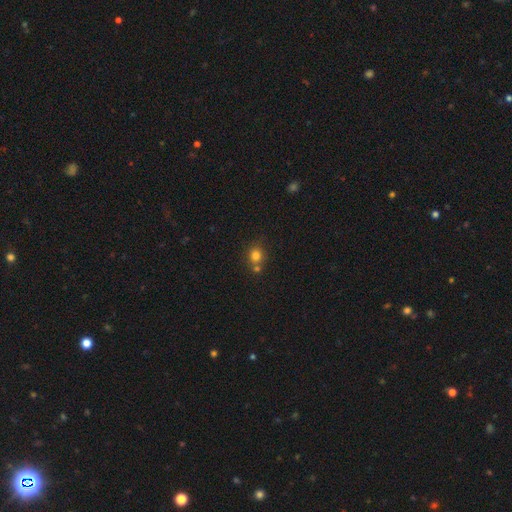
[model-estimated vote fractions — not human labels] Q: Smooth or featured?
A: smooth (79%); runner-up: star or artifact (14%)
Q: How rounded?
A: round (77%); runner-up: in between (22%)
Q: Merging?
A: none (58%); runner-up: merger (28%)